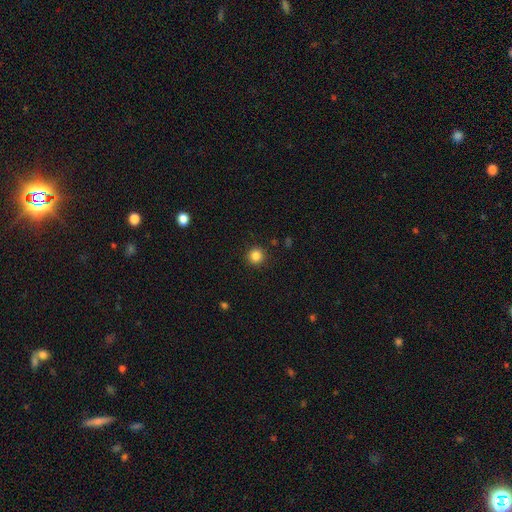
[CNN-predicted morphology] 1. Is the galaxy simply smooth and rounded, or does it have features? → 85% smooth, 11% star or artifact, 4% featured or disk.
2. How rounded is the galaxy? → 94% round, 5% in between, 1% cigar-shaped.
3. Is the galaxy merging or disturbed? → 91% none, 6% minor disturbance, 2% major disturbance, 1% merger.